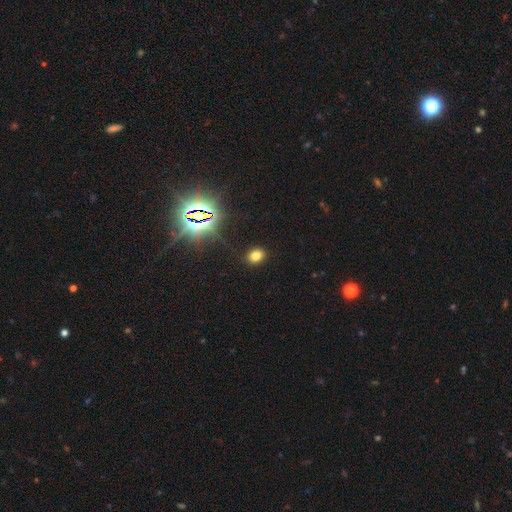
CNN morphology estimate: This appears to be a smooth galaxy with no disk features (73%) that is in between round and cigar-shaped (53%). Merging: none (90%).